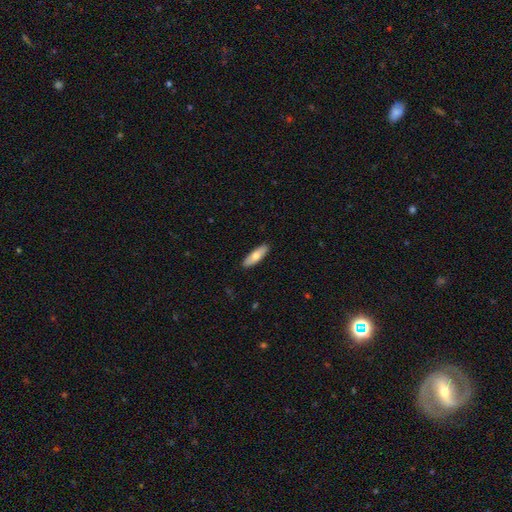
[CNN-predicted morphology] This is likely a smooth galaxy (71%). How rounded: possibly in between (53%). Merging: clearly none (90%).